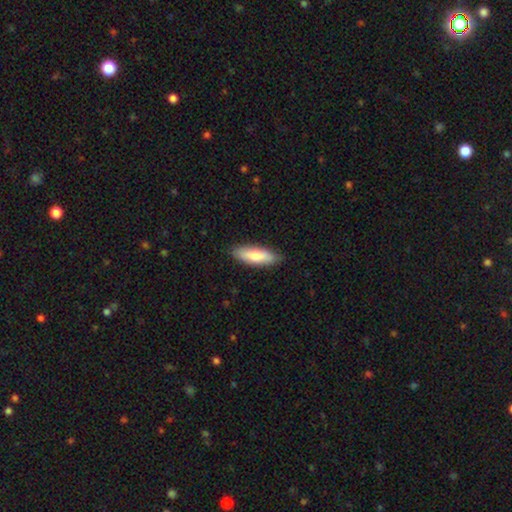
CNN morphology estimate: This appears to be a smooth galaxy with no disk features (77%) that is in between round and cigar-shaped (53%). Merging: none (87%).